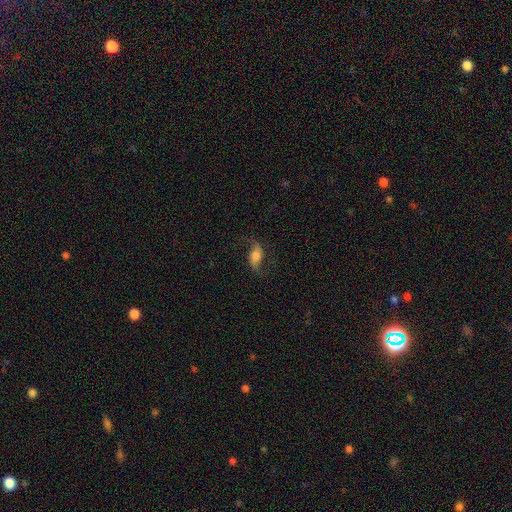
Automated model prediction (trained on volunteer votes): Q: Smooth or featured?
A: featured or disk (65%); runner-up: smooth (26%)
Q: Edge-on disk?
A: no (90%); runner-up: yes (10%)
Q: Bar?
A: no (46%); runner-up: weak (32%)
Q: Spiral arms?
A: yes (92%); runner-up: no (8%)
Q: Spiral winding?
A: loose (81%); runner-up: medium (15%)
Q: Spiral arm count?
A: 2 (92%); runner-up: 1 (3%)
Q: Bulge size?
A: moderate (44%); runner-up: large (27%)
Q: Merging?
A: none (75%); runner-up: minor disturbance (14%)